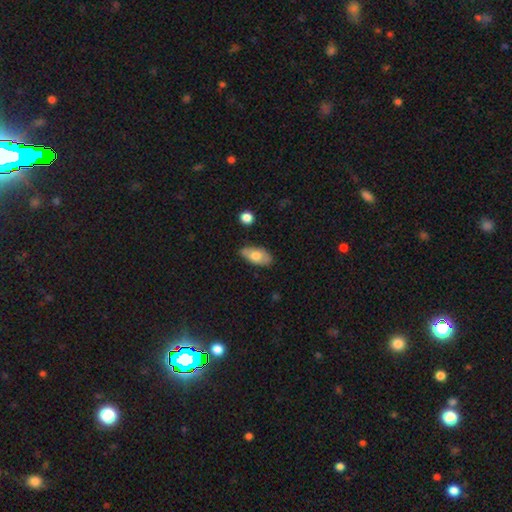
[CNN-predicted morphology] A smooth galaxy with no disk features (69%) that is in between round and cigar-shaped (91%). Merging: none (72%).